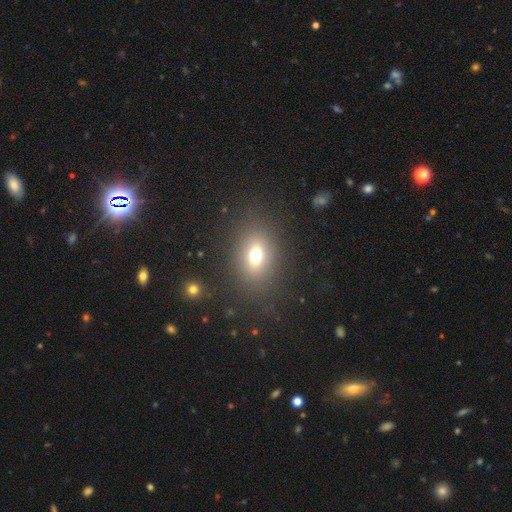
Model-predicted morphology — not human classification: Overall: smooth (69%). How rounded: in between (67%; round 31%). Merging: none (84%).